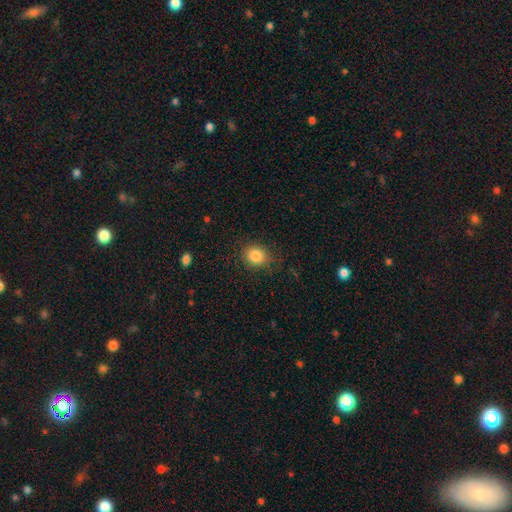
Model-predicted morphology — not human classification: Q: Smooth or featured?
A: smooth (85%); runner-up: star or artifact (10%)
Q: How rounded?
A: round (74%); runner-up: in between (25%)
Q: Merging?
A: none (82%); runner-up: minor disturbance (13%)